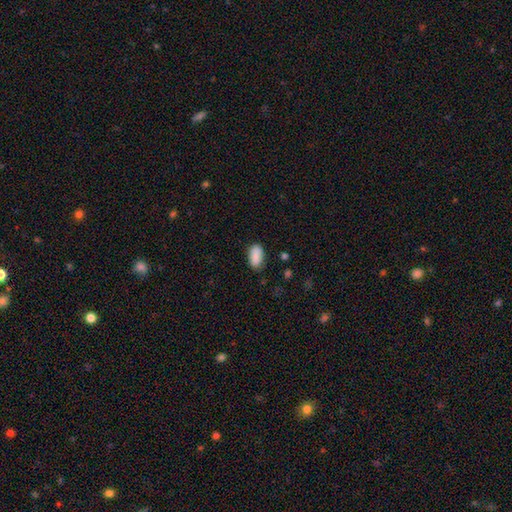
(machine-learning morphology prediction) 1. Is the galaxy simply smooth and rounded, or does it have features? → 89% smooth, 7% star or artifact, 5% featured or disk.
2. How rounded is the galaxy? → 94% in between, 4% round, 3% cigar-shaped.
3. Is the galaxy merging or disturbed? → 82% none, 14% minor disturbance, 3% major disturbance, 2% merger.